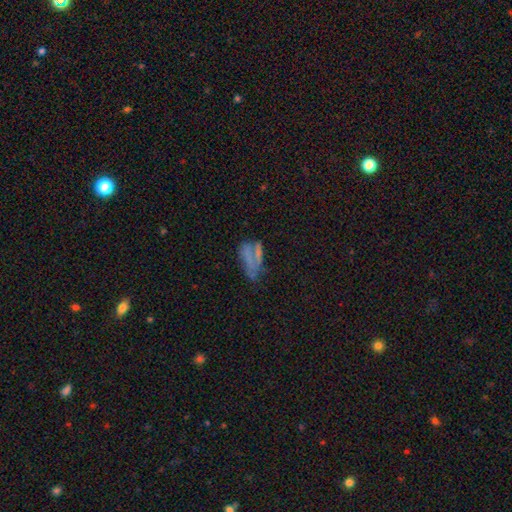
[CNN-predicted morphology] smooth 45%, star or artifact 29%, featured or disk 26%. Down the decision tree: merging — none (42%).